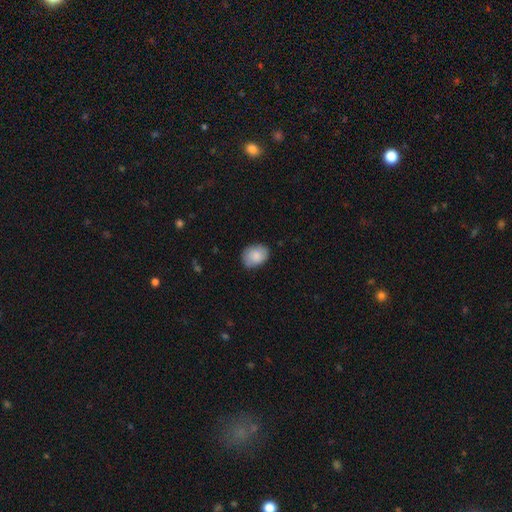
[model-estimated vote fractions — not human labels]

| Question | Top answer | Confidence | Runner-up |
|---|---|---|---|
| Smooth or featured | smooth | 86% | featured or disk (8%) |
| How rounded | in between | 69% | round (30%) |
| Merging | none | 78% | minor disturbance (18%) |